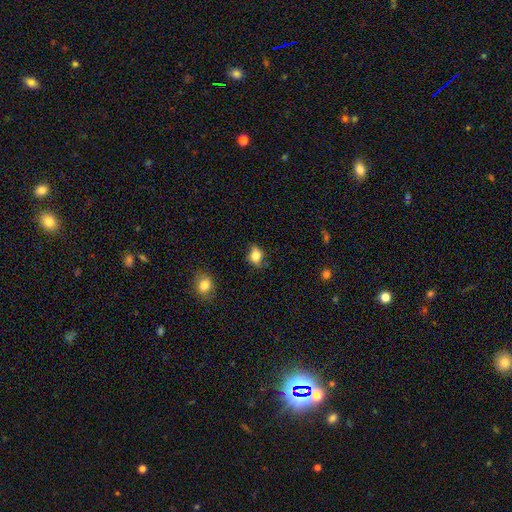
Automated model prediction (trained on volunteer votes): Smooth or featured? smooth (78%)
How rounded? in between (60%)
Merging? none (70%)